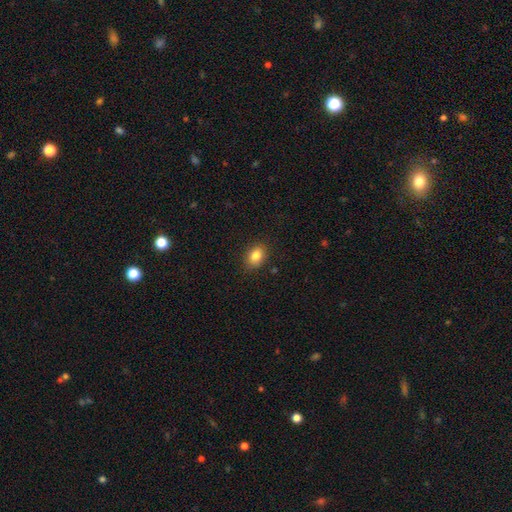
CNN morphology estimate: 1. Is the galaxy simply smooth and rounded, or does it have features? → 84% smooth, 9% star or artifact, 7% featured or disk.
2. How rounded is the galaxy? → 69% in between, 30% round, 1% cigar-shaped.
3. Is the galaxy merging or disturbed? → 86% none, 10% minor disturbance, 2% major disturbance, 1% merger.